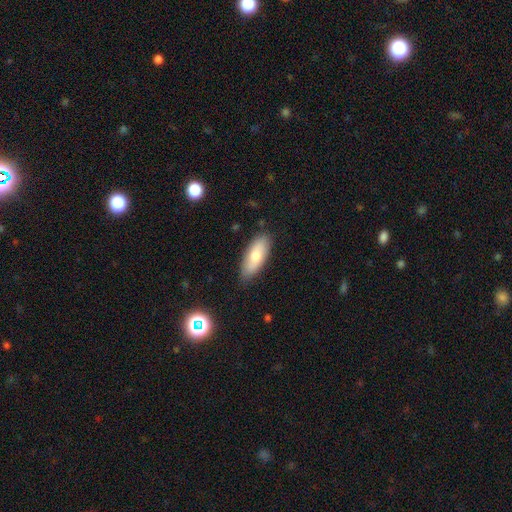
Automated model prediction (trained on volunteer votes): A smooth galaxy with no disk features (73%) that is in between round and cigar-shaped (78%). Merging: none (83%).